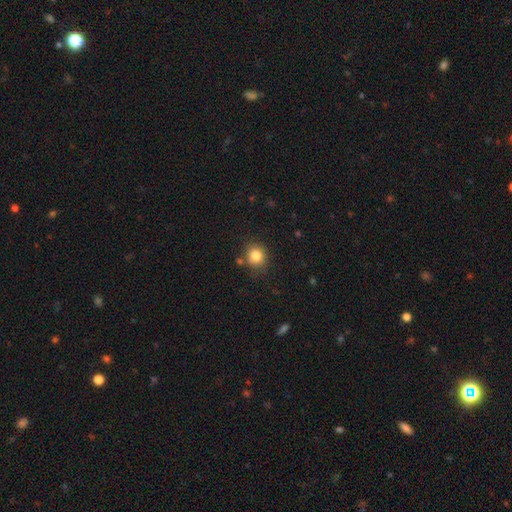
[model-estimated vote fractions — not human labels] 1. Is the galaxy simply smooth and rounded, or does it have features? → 83% smooth, 11% star or artifact, 6% featured or disk.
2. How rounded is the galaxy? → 81% round, 18% in between, 1% cigar-shaped.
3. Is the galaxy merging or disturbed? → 77% none, 13% minor disturbance, 6% merger, 4% major disturbance.